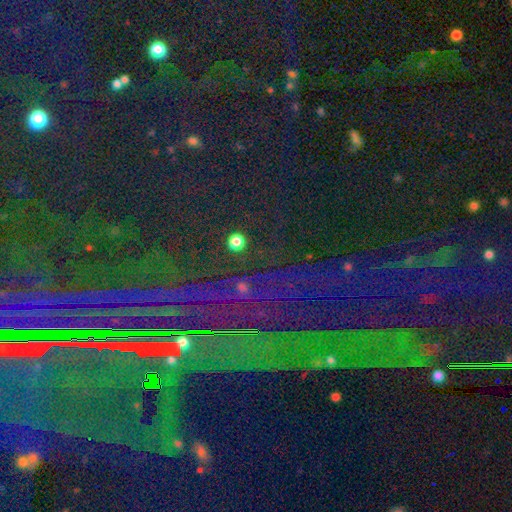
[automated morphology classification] Smooth or featured: star or artifact — 87% (featured or disk — 7%)